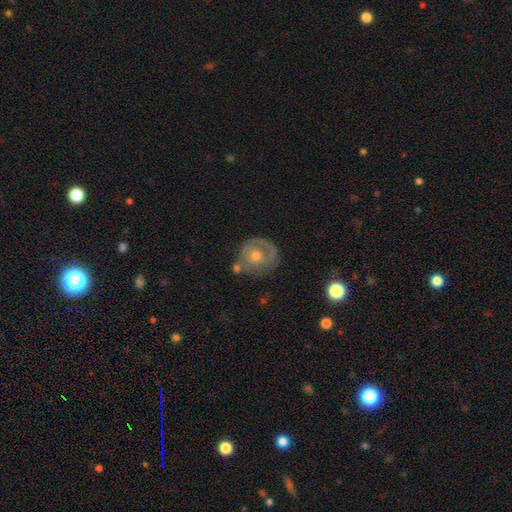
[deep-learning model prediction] This is possibly a featured or disk galaxy (60%). It is clearly not viewed edge-on (96%). Bar: clearly no (82%). Spiral arm pattern: possibly yes (57%). Central bulge: possibly moderate (59%). Merging: likely none (63%).